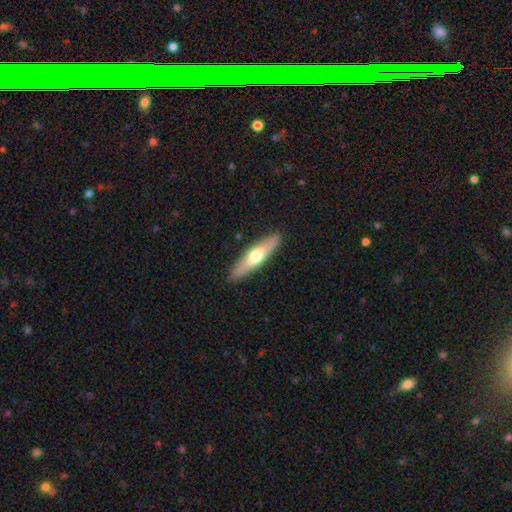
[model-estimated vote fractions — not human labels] smooth-or-featured: smooth: 54% | featured or disk: 41% | star or artifact: 5%
  how-rounded: cigar-shaped: 75% | in between: 23% | round: 2%
  merging: none: 89% | minor disturbance: 8% | major disturbance: 2% | merger: 1%